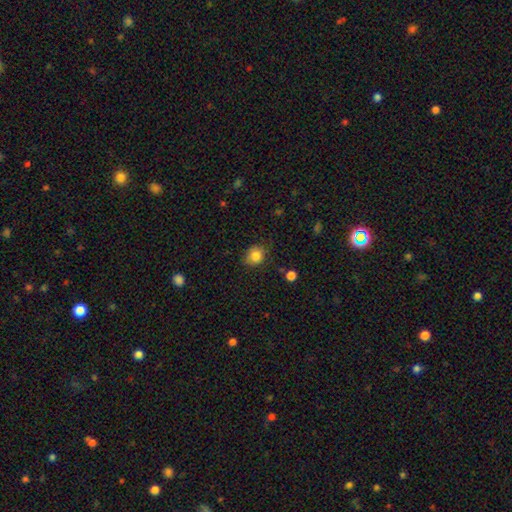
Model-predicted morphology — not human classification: The model was most divided on "how rounded": round: 71%, in between: 28%, cigar-shaped: 1%. More confident: smooth or featured — smooth (84%); merging — none (75%).